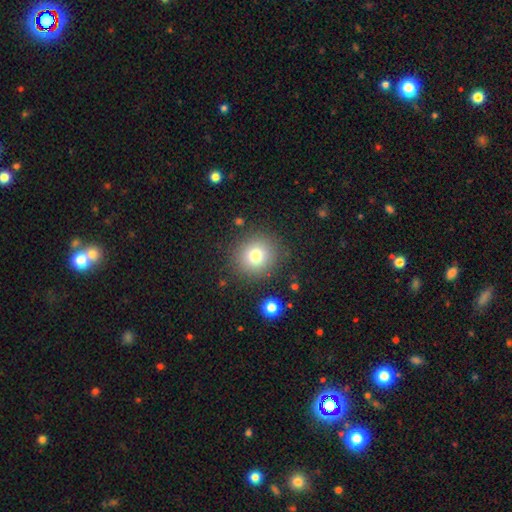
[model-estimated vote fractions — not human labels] This appears to be a smooth galaxy with no disk features (75%) that is round (93%). Merging: none (90%).